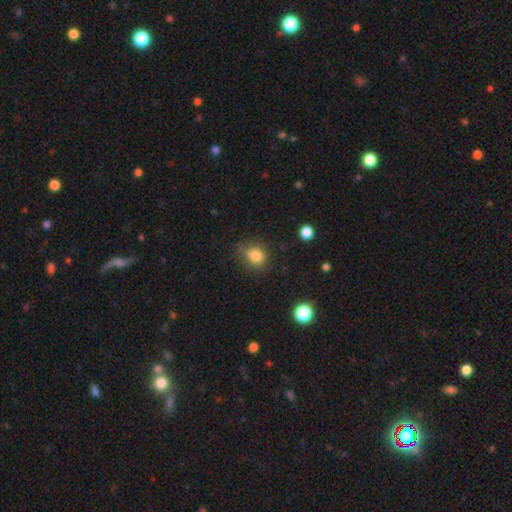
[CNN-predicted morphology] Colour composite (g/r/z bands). It shows a smooth galaxy with no disk features (82%) that is round (64%). Merging: none (65%).